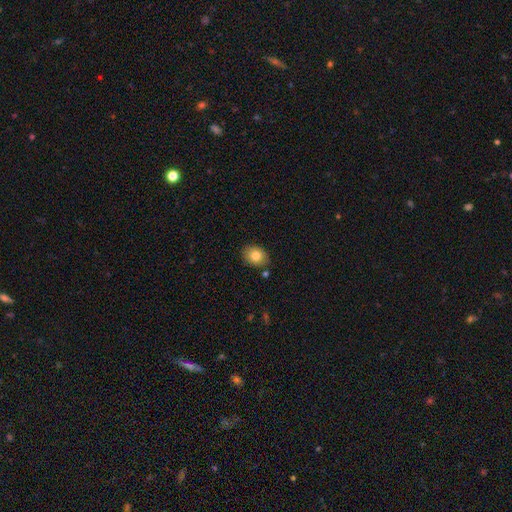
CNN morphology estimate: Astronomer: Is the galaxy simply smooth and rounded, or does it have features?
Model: smooth — 82%.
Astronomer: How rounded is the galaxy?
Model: in between — 62%.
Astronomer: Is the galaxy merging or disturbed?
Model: none — 83%.